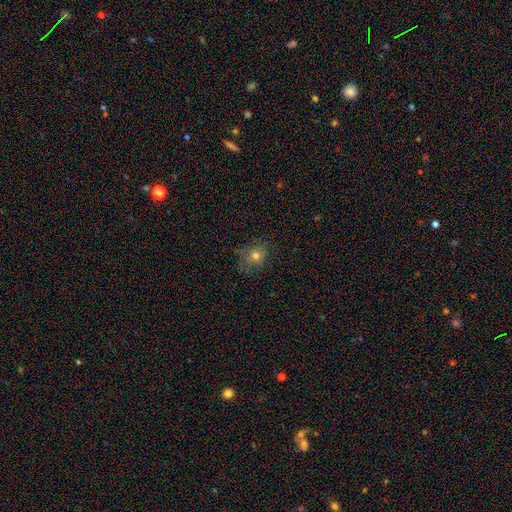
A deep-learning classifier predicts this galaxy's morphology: This appears to be a smooth galaxy with no disk features (68%) that is round (70%). Merging: none (69%).